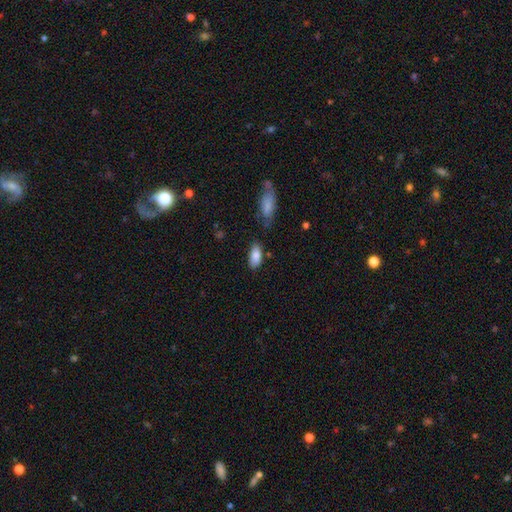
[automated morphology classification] This is clearly a smooth galaxy (84%). How rounded: clearly in between (91%). Merging: likely none (71%).